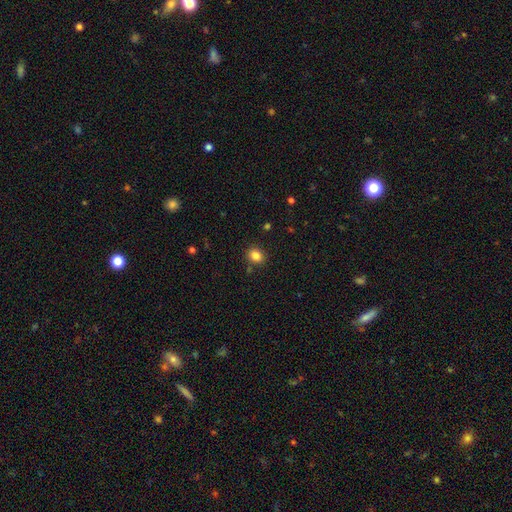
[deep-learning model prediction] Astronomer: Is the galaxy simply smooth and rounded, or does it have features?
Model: smooth — 84%.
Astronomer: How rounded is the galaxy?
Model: round — 52% (runner-up: in between, 47%).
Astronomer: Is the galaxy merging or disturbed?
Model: none — 86%.